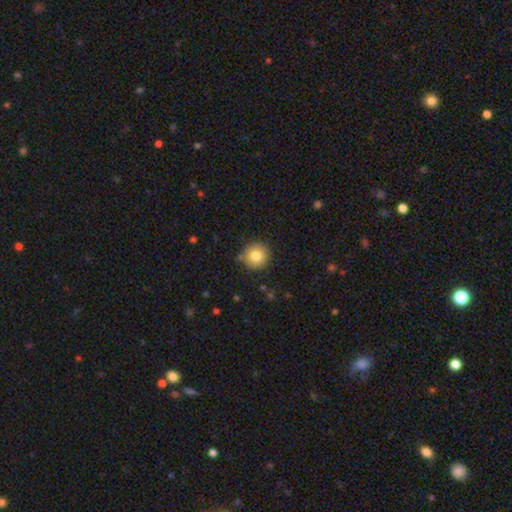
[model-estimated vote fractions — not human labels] This is clearly a smooth galaxy (80%). How rounded: clearly round (94%). Merging: clearly none (85%).